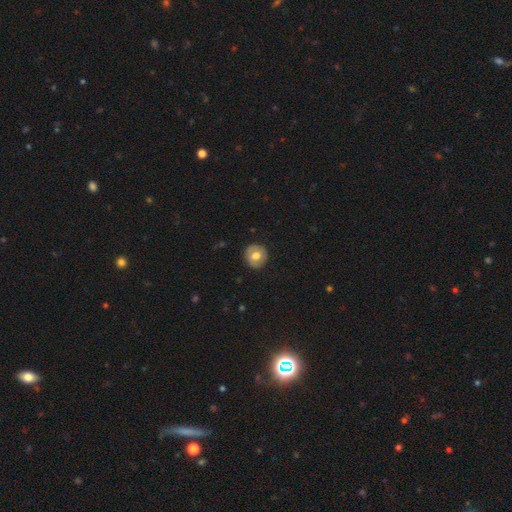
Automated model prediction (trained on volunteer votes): This is likely a smooth galaxy (64%). How rounded: clearly round (90%). Merging: clearly none (88%).